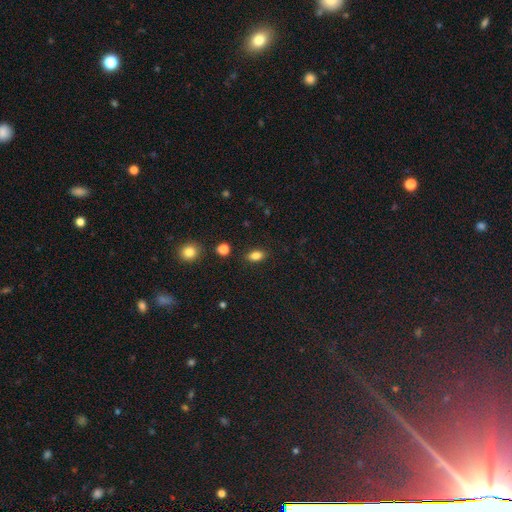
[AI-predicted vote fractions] Morphology: type=smooth (83%); roundness=in between (85%); merging=none (86%).